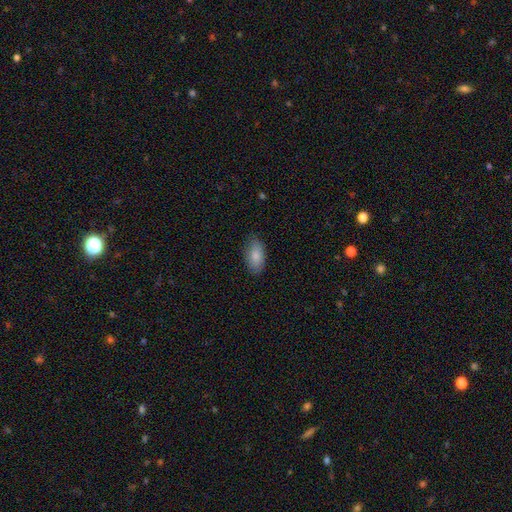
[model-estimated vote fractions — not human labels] A smooth galaxy with no disk features (86%) that is in between round and cigar-shaped (93%).

Vote fractions:
- Smooth or featured? smooth: 86% / featured or disk: 8% / star or artifact: 6%
- How rounded? in between: 93% / cigar-shaped: 4% / round: 3%
- Merging? none: 81% / minor disturbance: 15% / major disturbance: 3% / merger: 1%